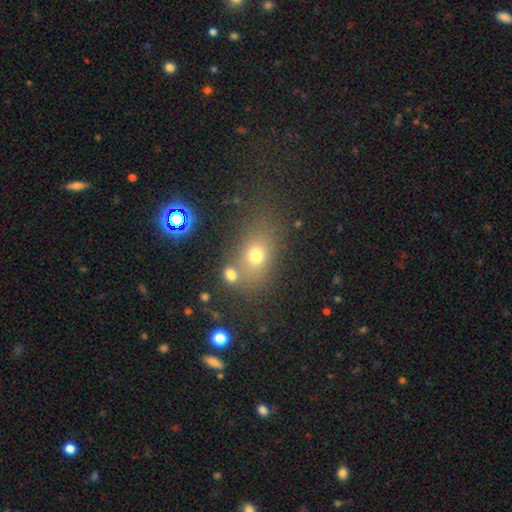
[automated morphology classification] smooth_or_featured: smooth (p=0.67) [alt: star or artifact p=0.19]
how_rounded: in between (p=0.62) [alt: round p=0.35]
merging: none (p=0.61) [alt: merger p=0.17]